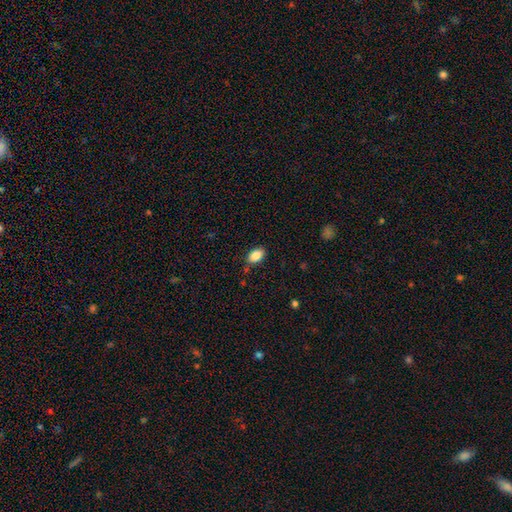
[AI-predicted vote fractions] Smooth or featured? Predicted: smooth (p=0.86). How rounded? Predicted: in between (p=0.91). Merging? Predicted: none (p=0.83).